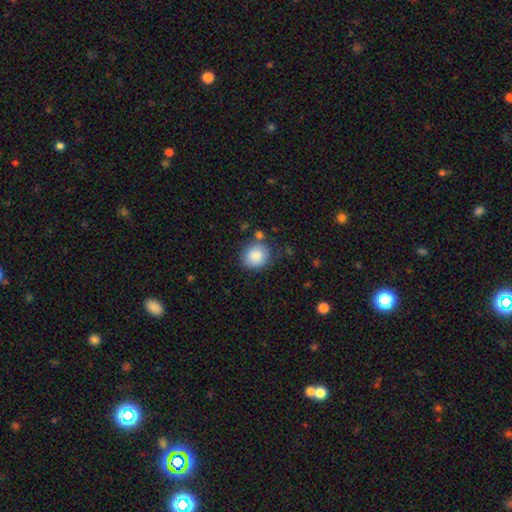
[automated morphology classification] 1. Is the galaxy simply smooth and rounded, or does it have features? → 87% smooth, 7% star or artifact, 5% featured or disk.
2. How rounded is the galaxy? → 75% round, 25% in between, 1% cigar-shaped.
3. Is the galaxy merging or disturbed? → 76% none, 14% minor disturbance, 6% merger, 4% major disturbance.